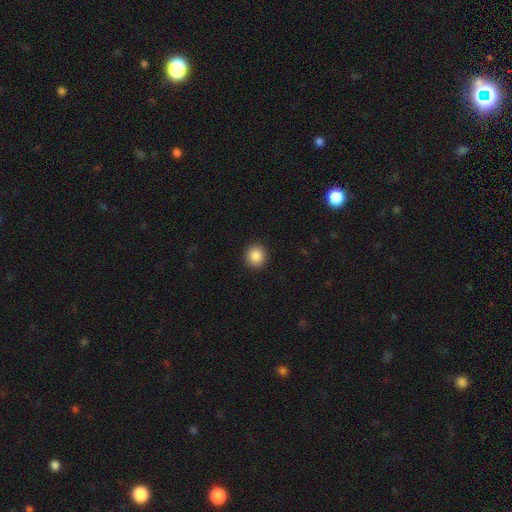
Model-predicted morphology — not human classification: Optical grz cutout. It shows a smooth galaxy with no disk features (88%) that is round (93%). Merging: none (93%).